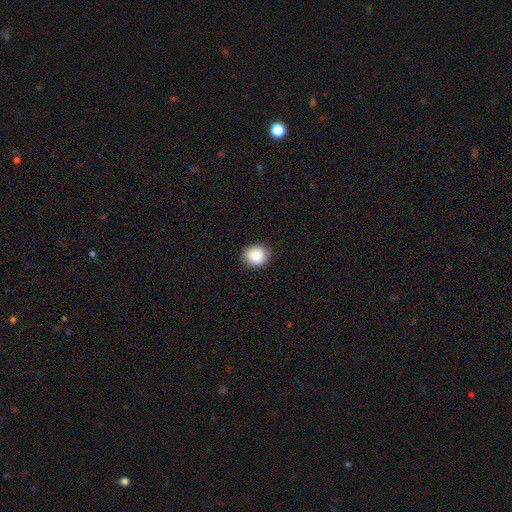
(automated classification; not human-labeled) This is clearly a smooth galaxy (84%). How rounded: likely round (76%). Merging: clearly none (89%).